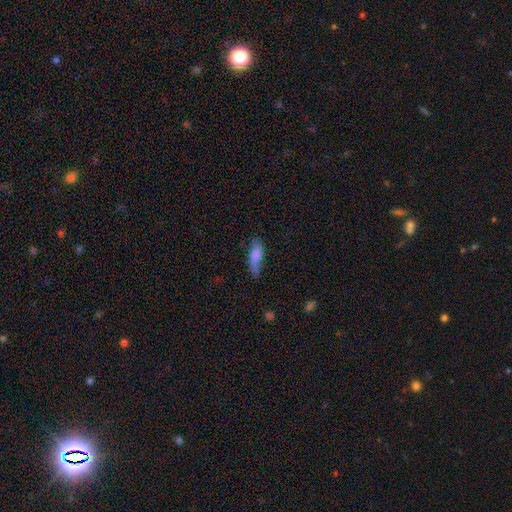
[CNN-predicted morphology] Smooth or featured? Predicted: smooth (p=0.76). How rounded? Predicted: in between (p=0.61). Merging? Predicted: none (p=0.49).